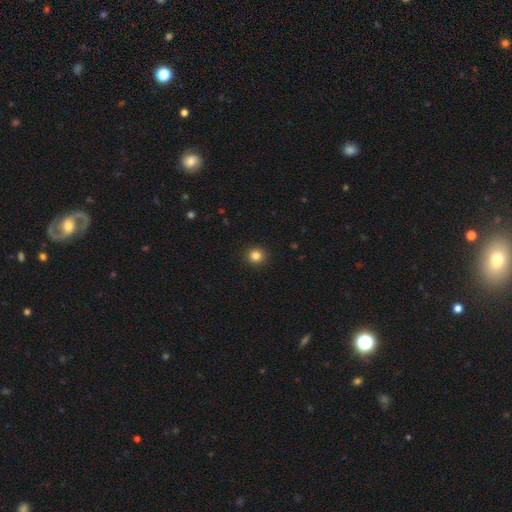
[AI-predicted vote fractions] A smooth galaxy with no disk features (84%) that is round (90%). Merging: none (92%).